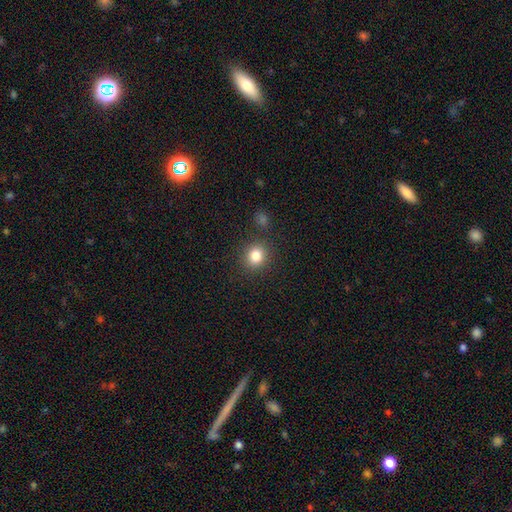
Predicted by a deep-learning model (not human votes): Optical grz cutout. It shows a smooth galaxy with no disk features (83%) that is round (80%). Merging: none (84%).